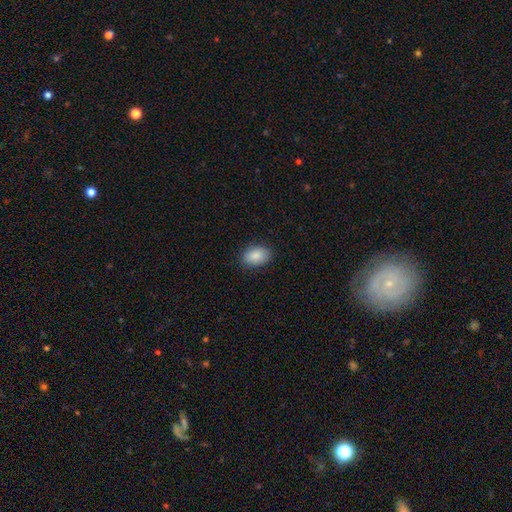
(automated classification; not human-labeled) This appears to be a smooth galaxy with no disk features (88%) that is in between round and cigar-shaped (88%). Merging: none (87%).